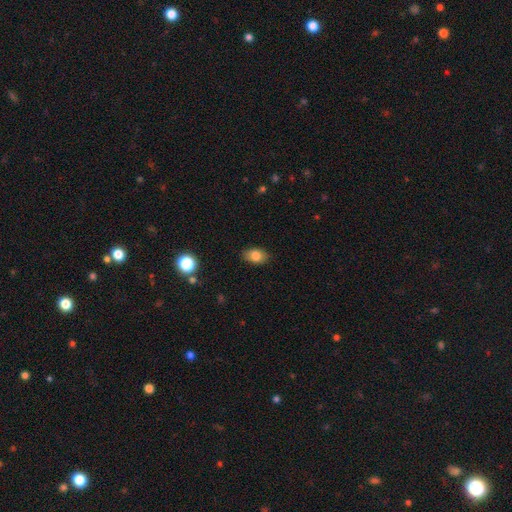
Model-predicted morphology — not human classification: This is clearly a smooth galaxy (82%). How rounded: clearly in between (84%). Merging: clearly none (86%).